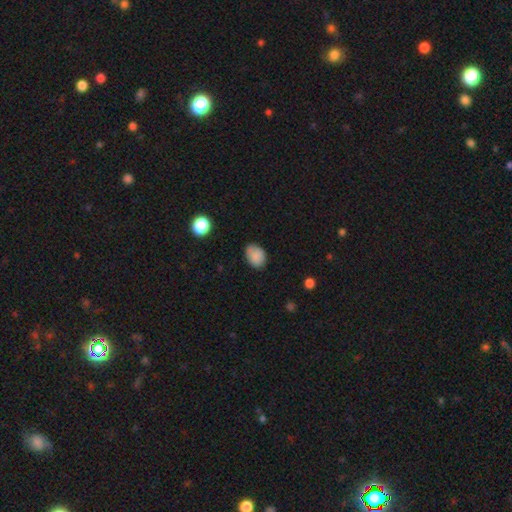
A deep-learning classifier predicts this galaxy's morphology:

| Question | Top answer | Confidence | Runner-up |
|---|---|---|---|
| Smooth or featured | smooth | 85% | star or artifact (9%) |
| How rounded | in between | 72% | round (27%) |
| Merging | none | 72% | minor disturbance (22%) |